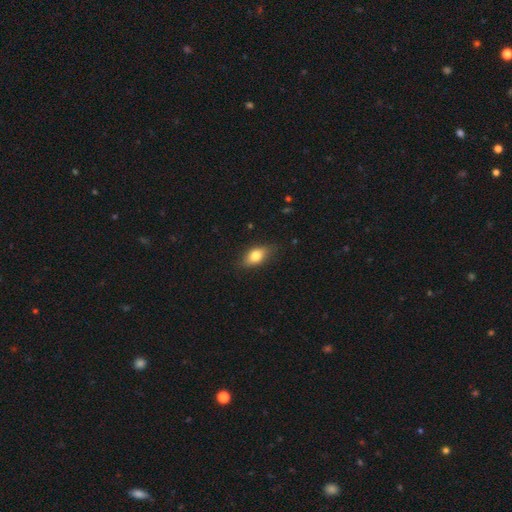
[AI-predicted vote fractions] Smooth or featured? smooth (74%)
How rounded? in between (83%)
Merging? none (80%)